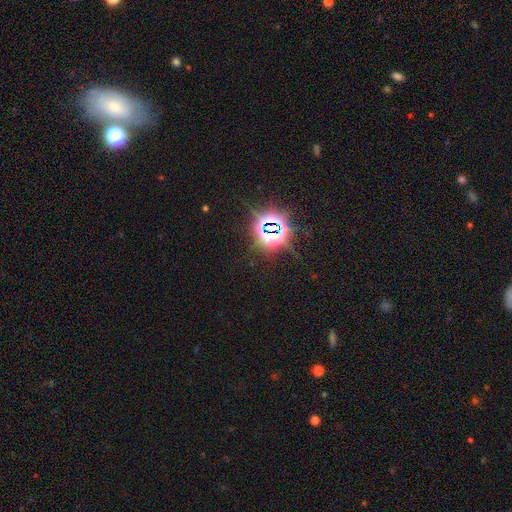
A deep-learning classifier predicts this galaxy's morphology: This is clearly a star or artifact rather than a galaxy (81%).